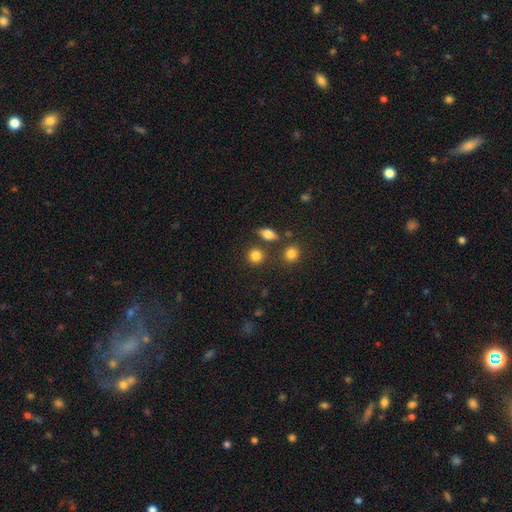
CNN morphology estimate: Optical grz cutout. It shows a smooth galaxy with no disk features (83%) that is round (85%). Merging: none (77%).